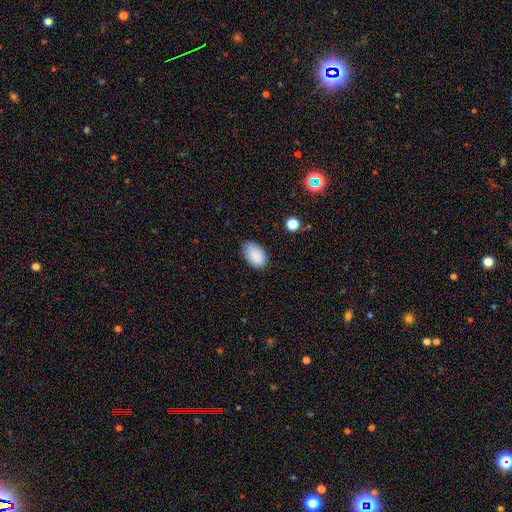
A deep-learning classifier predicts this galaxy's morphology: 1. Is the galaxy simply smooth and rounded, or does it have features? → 88% smooth, 7% star or artifact, 4% featured or disk.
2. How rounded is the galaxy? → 91% in between, 8% round, 1% cigar-shaped.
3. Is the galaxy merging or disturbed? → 75% none, 20% minor disturbance, 3% major disturbance, 1% merger.